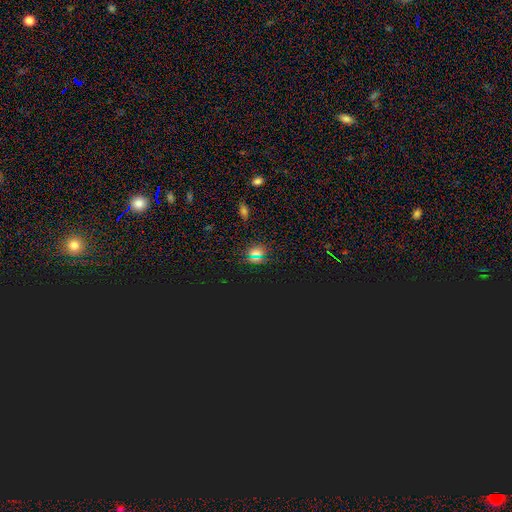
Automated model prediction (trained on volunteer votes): The model was most divided on "smooth or featured": star or artifact: 60%, smooth: 33%, featured or disk: 7%.